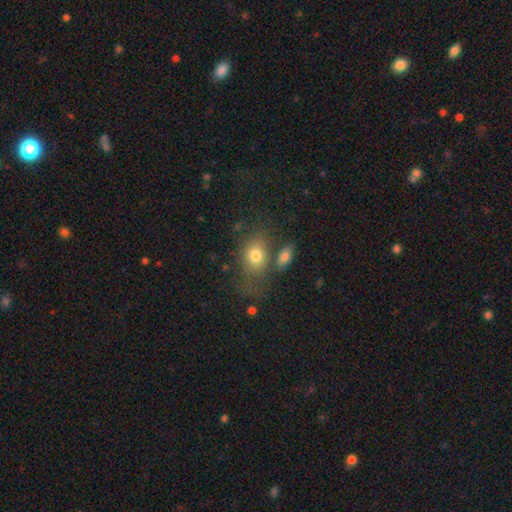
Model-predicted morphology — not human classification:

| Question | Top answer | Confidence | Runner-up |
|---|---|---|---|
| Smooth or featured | smooth | 75% | featured or disk (14%) |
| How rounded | in between | 69% | round (29%) |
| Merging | none | 52% | merger (18%) |